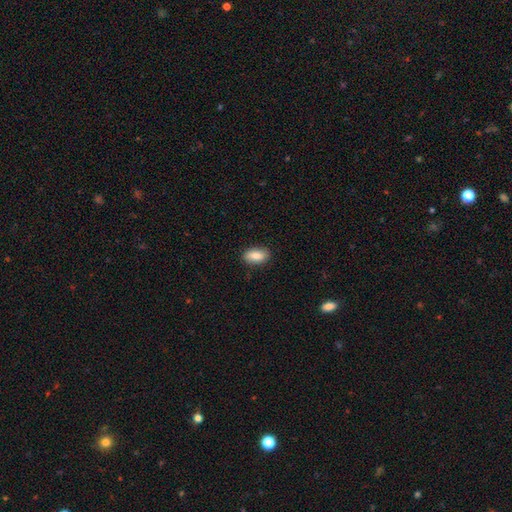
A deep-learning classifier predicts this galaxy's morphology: A smooth galaxy with no disk features (84%) that is in between round and cigar-shaped (91%). Merging: none (87%).